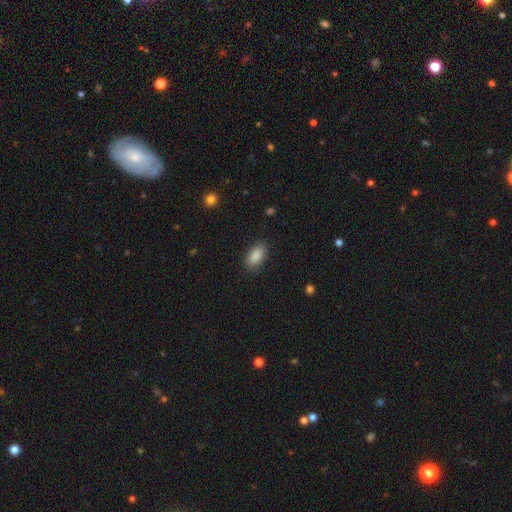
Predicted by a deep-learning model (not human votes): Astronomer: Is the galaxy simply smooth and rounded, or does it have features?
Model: smooth — 89%.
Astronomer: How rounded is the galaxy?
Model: in between — 91%.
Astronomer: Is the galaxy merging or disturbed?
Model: none — 86%.